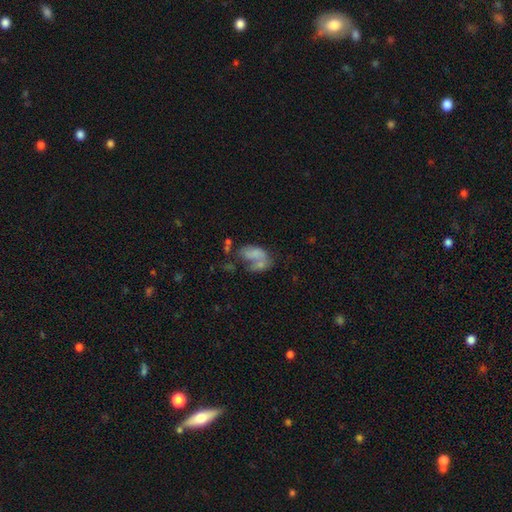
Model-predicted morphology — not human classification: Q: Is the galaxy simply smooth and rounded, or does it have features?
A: smooth — 50%.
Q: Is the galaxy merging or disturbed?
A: merger — 36%.